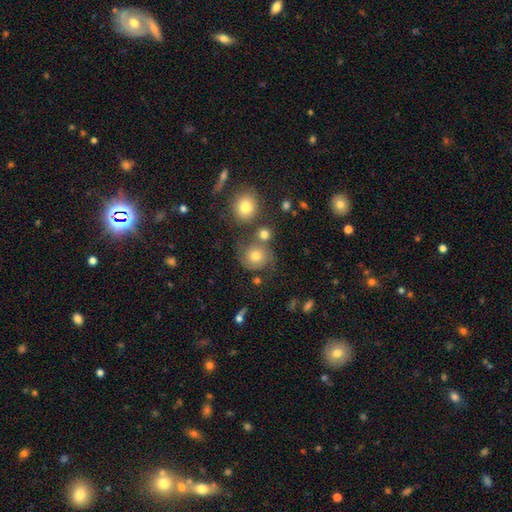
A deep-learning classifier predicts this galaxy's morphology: Smooth or featured? smooth (46%)
Merging? none (61%)